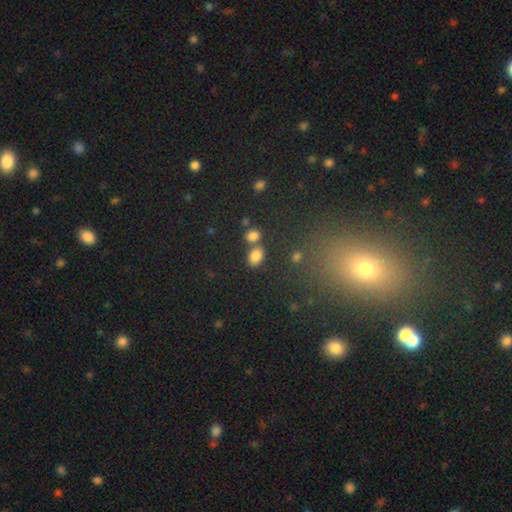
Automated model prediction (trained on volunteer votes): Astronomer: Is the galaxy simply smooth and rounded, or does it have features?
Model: smooth — 82%.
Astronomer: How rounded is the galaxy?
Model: in between — 72%.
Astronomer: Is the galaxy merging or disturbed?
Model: none — 59%.